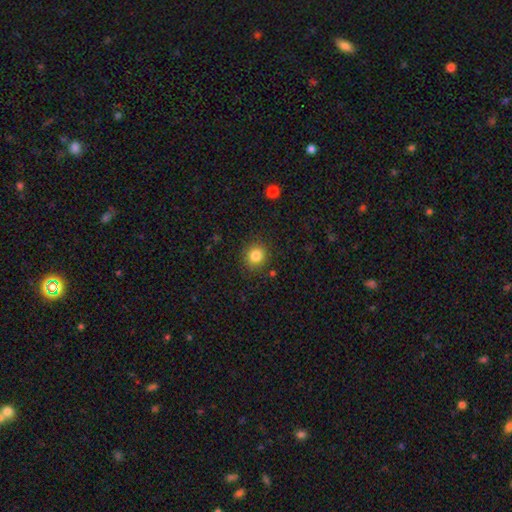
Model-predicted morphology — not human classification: This is clearly a smooth galaxy (84%). How rounded: clearly round (86%). Merging: clearly none (88%).